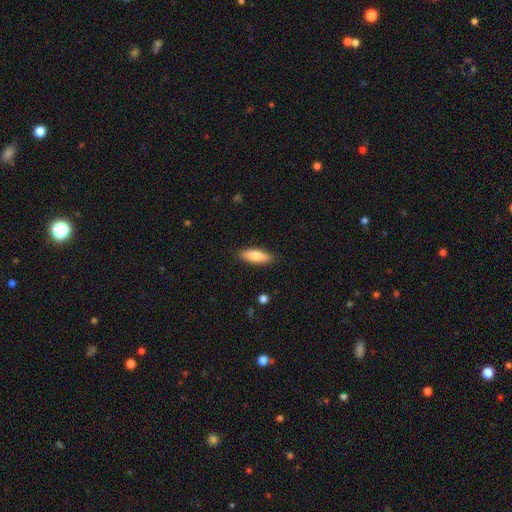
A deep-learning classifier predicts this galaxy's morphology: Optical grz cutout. It shows a smooth galaxy with no disk features (77%) that is in between round and cigar-shaped (52%). Merging: none (88%).